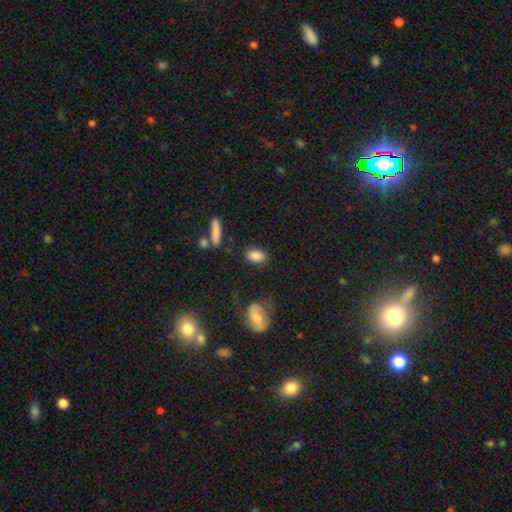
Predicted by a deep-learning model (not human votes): Smooth or featured? Predicted: smooth (p=0.86). How rounded? Predicted: in between (p=0.88). Merging? Predicted: none (p=0.80).